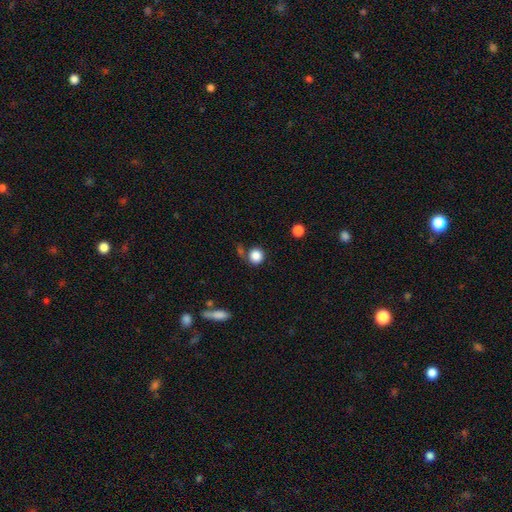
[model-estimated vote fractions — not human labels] Smooth or featured? smooth (86%)
How rounded? round (90%)
Merging? none (72%)